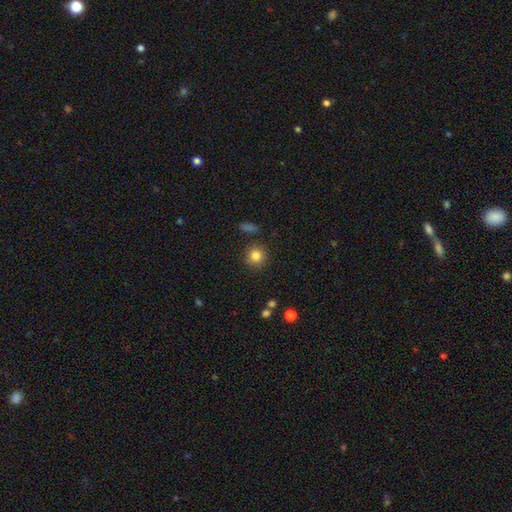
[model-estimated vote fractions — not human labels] smooth 83%, star or artifact 11%, featured or disk 6%. Down the decision tree: how rounded — round (91%); merging — none (86%).